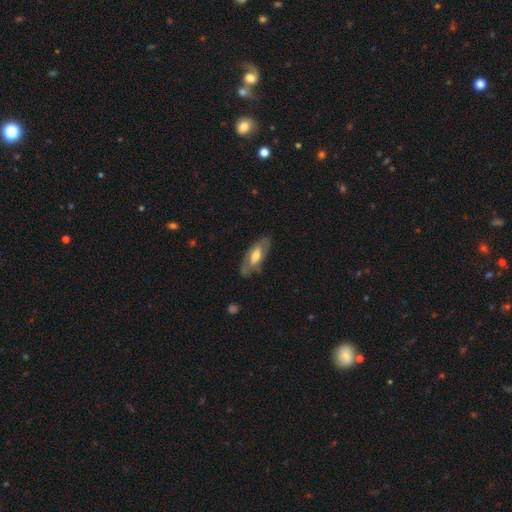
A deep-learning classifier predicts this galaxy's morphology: Smooth or featured: featured or disk — 56% (smooth — 39%)
Edge-on disk: no — 79% (yes — 21%)
Merging: none — 71% (minor disturbance — 21%)